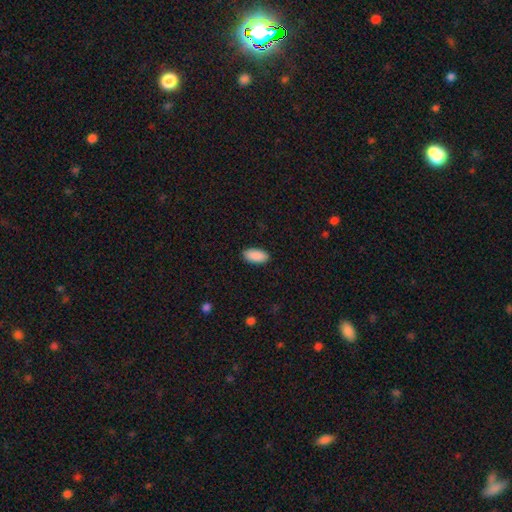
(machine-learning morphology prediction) smooth 91%, star or artifact 6%, featured or disk 3%. Down the decision tree: how rounded — in between (93%); merging — none (89%).